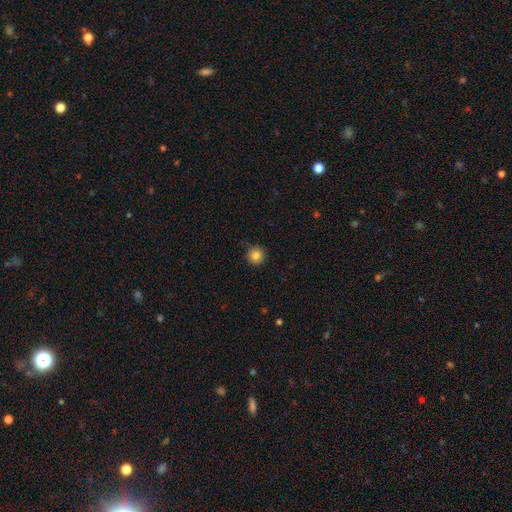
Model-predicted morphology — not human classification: Q: Smooth or featured?
A: smooth (82%); runner-up: star or artifact (11%)
Q: How rounded?
A: round (95%); runner-up: in between (4%)
Q: Merging?
A: none (87%); runner-up: minor disturbance (10%)